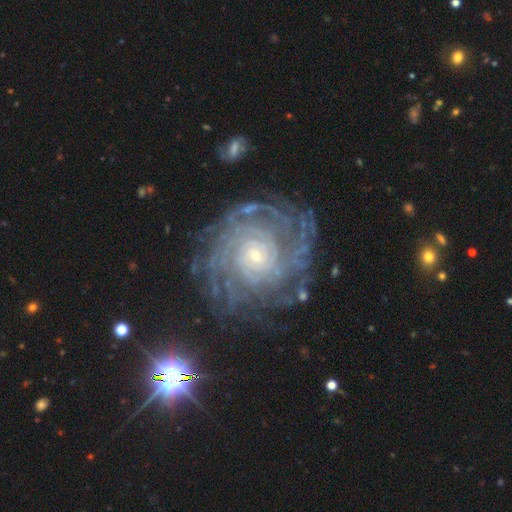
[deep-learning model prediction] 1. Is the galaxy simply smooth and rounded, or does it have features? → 89% featured or disk, 6% star or artifact, 5% smooth.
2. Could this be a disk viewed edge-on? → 97% no, 3% yes.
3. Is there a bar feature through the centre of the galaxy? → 76% no, 18% weak, 6% strong.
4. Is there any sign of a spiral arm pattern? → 97% yes, 3% no.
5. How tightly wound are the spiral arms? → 81% tight, 15% medium, 3% loose.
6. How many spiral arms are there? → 32% more than 4, 25% can't tell, 18% 4, 10% 3, 9% 2, 7% 1.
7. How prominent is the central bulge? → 80% small, 15% moderate, 2% large, 2% none, 1% dominant.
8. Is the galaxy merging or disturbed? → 76% none, 14% minor disturbance, 8% major disturbance, 2% merger.